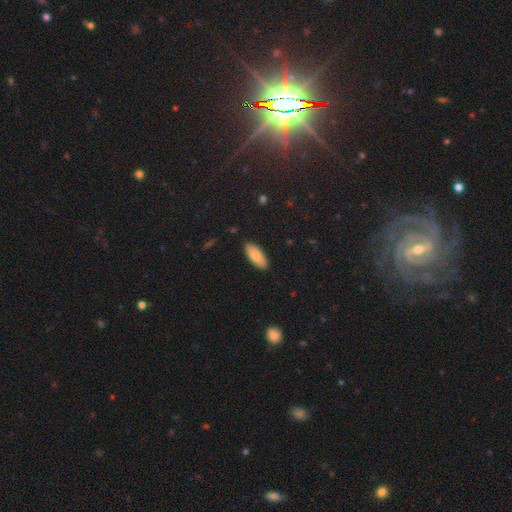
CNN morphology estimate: smooth 82%, featured or disk 11%, star or artifact 6%. Down the decision tree: how rounded — in between (85%); merging — none (87%).